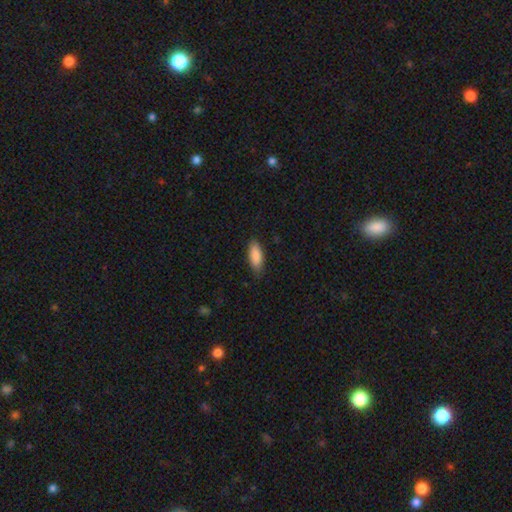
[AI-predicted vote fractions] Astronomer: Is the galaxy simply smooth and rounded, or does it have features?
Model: smooth — 88%.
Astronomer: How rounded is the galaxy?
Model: in between — 76%.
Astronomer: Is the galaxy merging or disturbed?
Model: none — 80%.